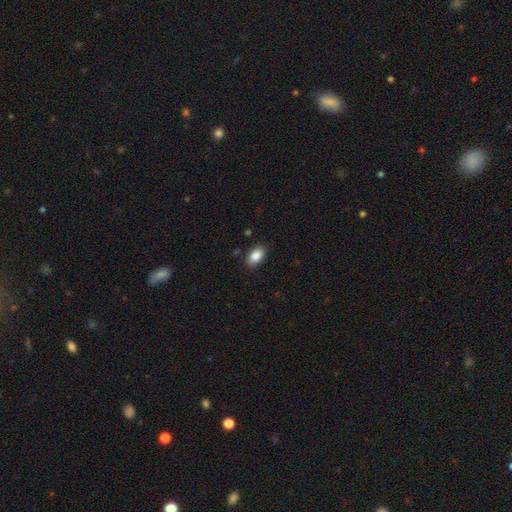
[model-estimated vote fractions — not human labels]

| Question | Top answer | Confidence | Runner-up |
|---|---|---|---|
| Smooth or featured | smooth | 87% | star or artifact (7%) |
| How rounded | in between | 91% | round (8%) |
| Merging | none | 86% | minor disturbance (11%) |